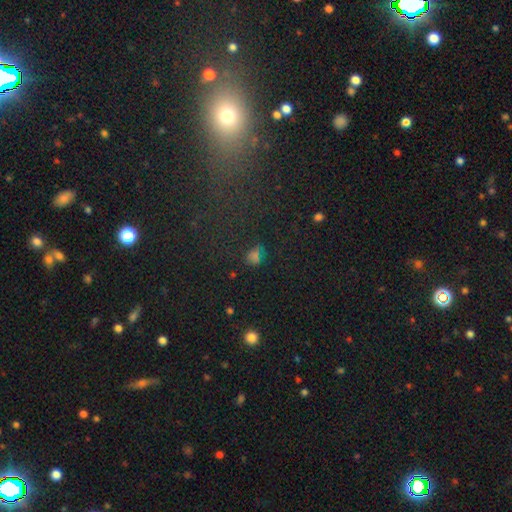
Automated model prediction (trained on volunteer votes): smooth 50%, star or artifact 40%, featured or disk 10%. Down the decision tree: how rounded — in between (57%); merging — none (64%).